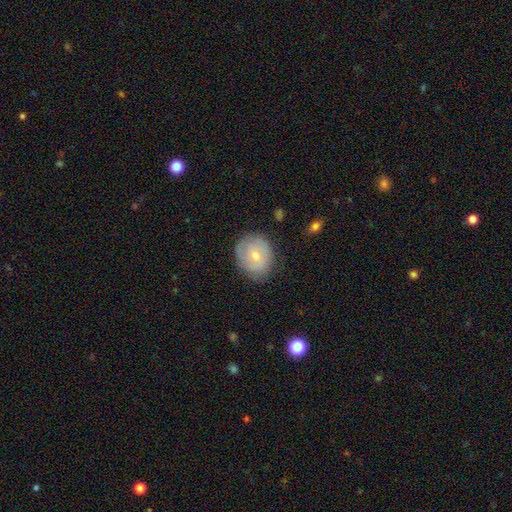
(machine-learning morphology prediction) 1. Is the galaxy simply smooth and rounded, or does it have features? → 51% smooth, 42% featured or disk, 7% star or artifact.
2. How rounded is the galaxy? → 68% round, 31% in between, 1% cigar-shaped.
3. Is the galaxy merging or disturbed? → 70% none, 22% minor disturbance, 7% major disturbance, 1% merger.